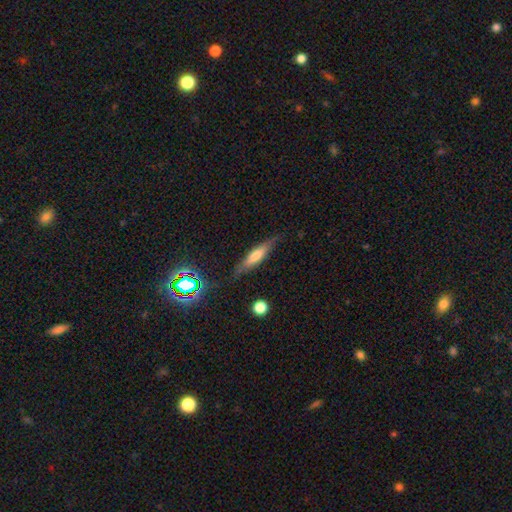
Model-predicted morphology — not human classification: Smooth or featured?
  - smooth: 48% *
  - featured or disk: 43%
  - star or artifact: 9%
Merging?
  - none: 78% *
  - minor disturbance: 16%
  - major disturbance: 4%
  - merger: 2%